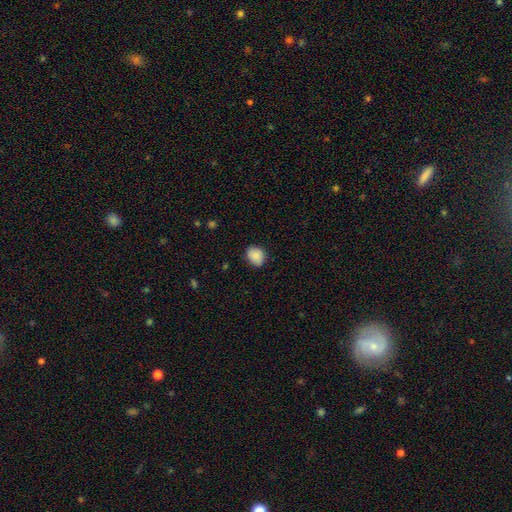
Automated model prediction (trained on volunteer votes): Smooth or featured: smooth — 86% (star or artifact — 8%)
How rounded: round — 57% (in between — 42%)
Merging: none — 81% (minor disturbance — 15%)